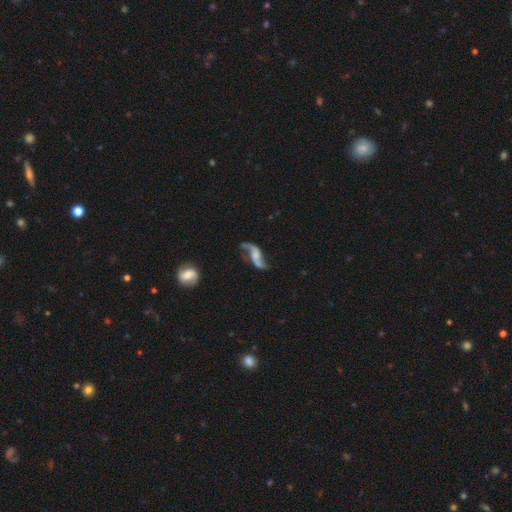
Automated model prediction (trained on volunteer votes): Overall: featured or disk (86%). Edge-on disk: no (94%). Bar: no (47%; weak 37%). Spiral arms: yes (95%). Spiral arm count: 2 (92%). Spiral winding: loose (88%). Bulge size: none (36%; small 30%). Merging: none (64%).